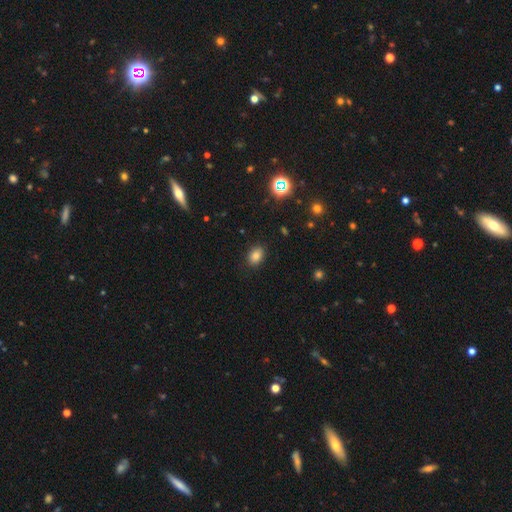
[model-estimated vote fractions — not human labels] A smooth galaxy with no disk features (81%) that is in between round and cigar-shaped (72%).

Vote fractions:
- Smooth or featured? smooth: 81% / star or artifact: 12% / featured or disk: 6%
- How rounded? in between: 72% / round: 27% / cigar-shaped: 1%
- Merging? none: 87% / minor disturbance: 9% / major disturbance: 2% / merger: 1%